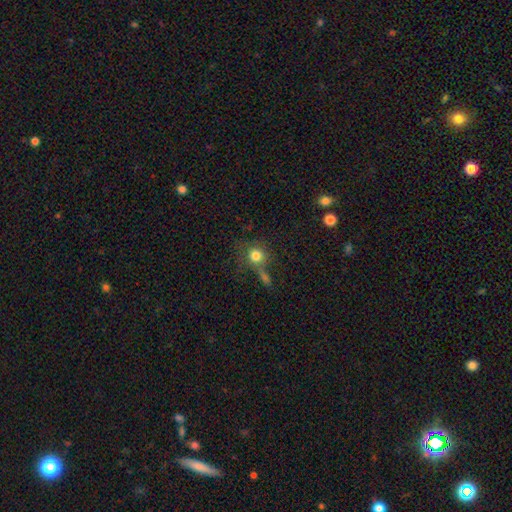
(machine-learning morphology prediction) Smooth or featured? Predicted: smooth (p=0.78). How rounded? Predicted: round (p=0.88). Merging? Predicted: none (p=0.58).